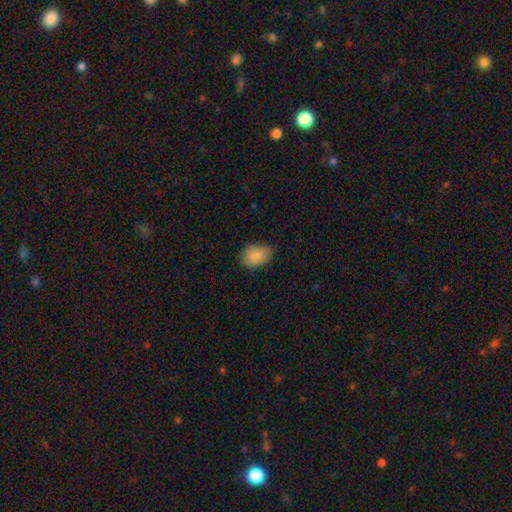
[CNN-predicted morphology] smooth-or-featured: smooth: 87% | star or artifact: 7% | featured or disk: 6%
  how-rounded: in between: 79% | round: 20% | cigar-shaped: 1%
  merging: none: 74% | minor disturbance: 21% | major disturbance: 4% | merger: 1%